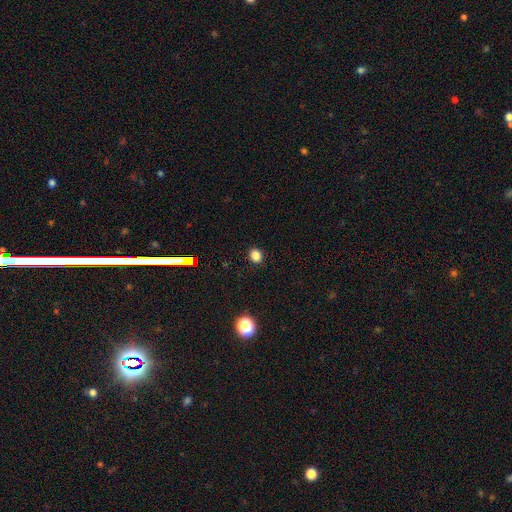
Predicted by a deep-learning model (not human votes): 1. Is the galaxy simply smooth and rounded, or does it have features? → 83% smooth, 14% star or artifact, 4% featured or disk.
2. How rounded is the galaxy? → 69% round, 30% in between, 1% cigar-shaped.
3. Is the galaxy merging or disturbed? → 91% none, 6% minor disturbance, 2% major disturbance, 1% merger.